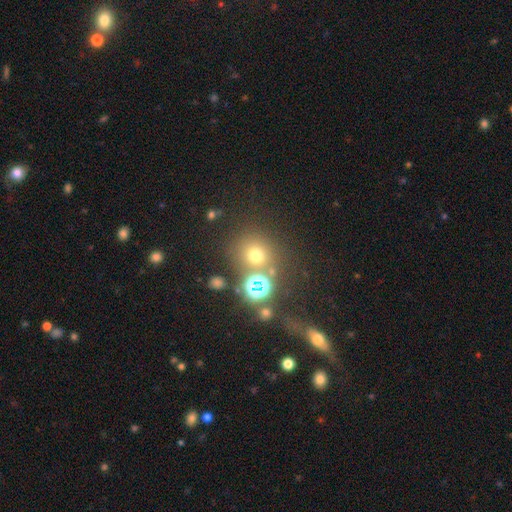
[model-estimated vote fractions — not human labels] Morphology: type=smooth (62%); roundness=round (89%); merging=none (72%).